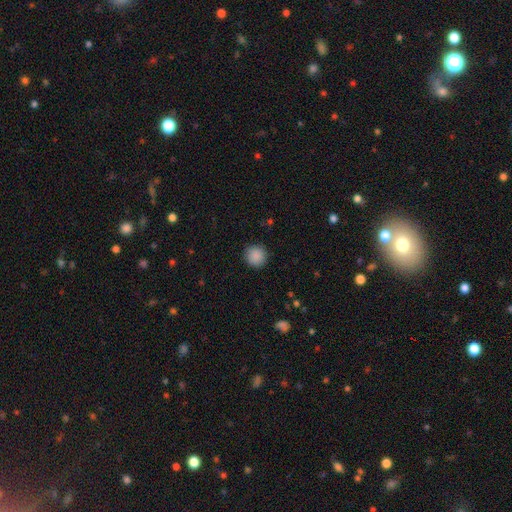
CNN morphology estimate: A smooth galaxy with no disk features (89%) that is round (95%).

Vote fractions:
- Smooth or featured? smooth: 89% / star or artifact: 8% / featured or disk: 3%
- How rounded? round: 95% / in between: 4% / cigar-shaped: 1%
- Merging? none: 91% / minor disturbance: 6% / major disturbance: 2% / merger: 1%